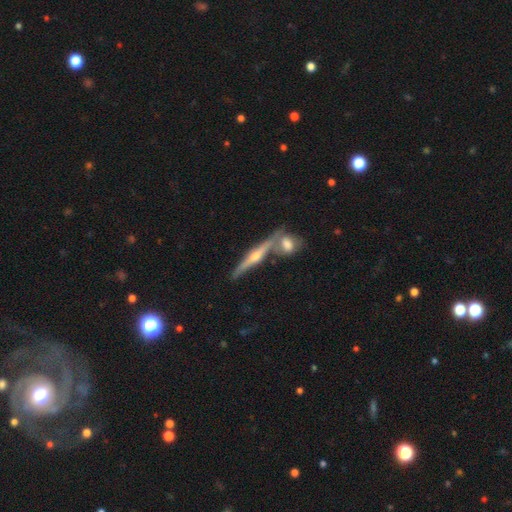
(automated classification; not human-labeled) Smooth or featured: featured or disk — 78% (smooth — 16%)
Edge-on disk: yes — 97% (no — 3%)
Edge-on bulge: rounded — 91% (none — 5%)
Merging: none — 67% (merger — 22%)